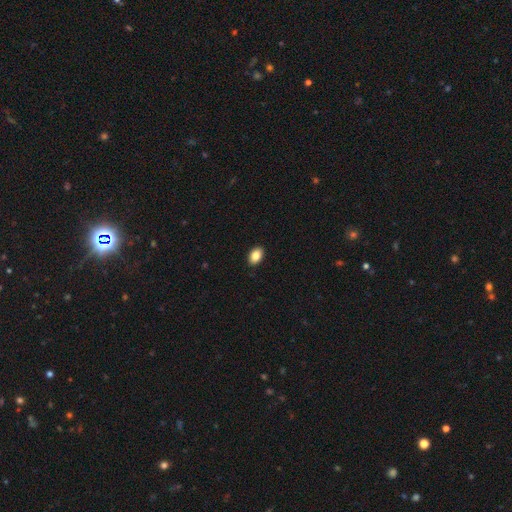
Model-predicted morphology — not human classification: This is clearly a smooth galaxy (86%). How rounded: clearly in between (84%). Merging: clearly none (90%).